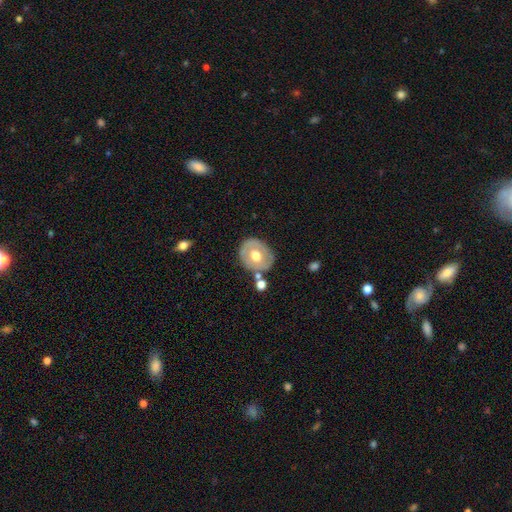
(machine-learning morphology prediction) Smooth or featured? featured or disk (51%)
Edge-on disk? no (94%)
Merging? none (71%)